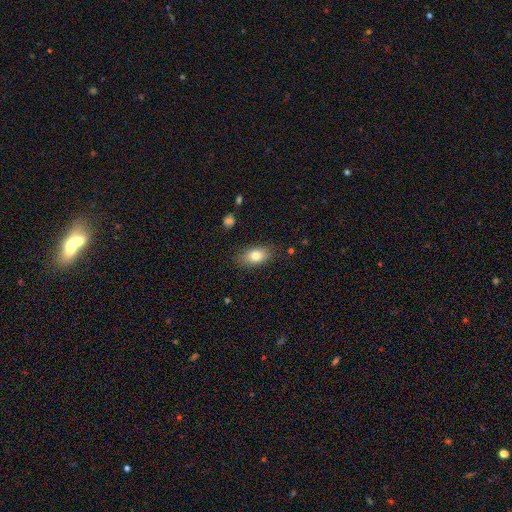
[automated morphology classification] Smooth or featured?
  - smooth: 80% *
  - featured or disk: 12%
  - star or artifact: 8%
How rounded?
  - in between: 88% *
  - round: 9%
  - cigar-shaped: 4%
Merging?
  - none: 83% *
  - minor disturbance: 13%
  - major disturbance: 3%
  - merger: 1%